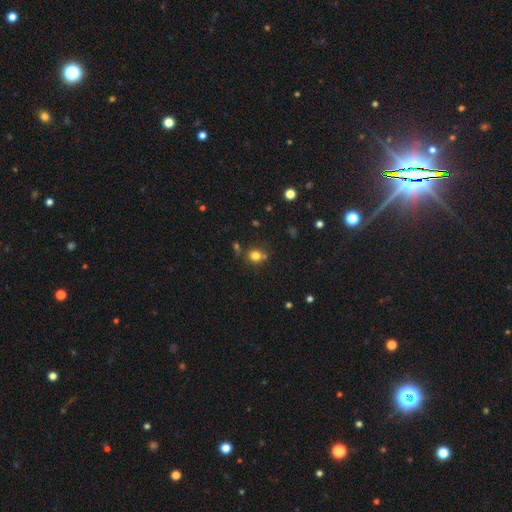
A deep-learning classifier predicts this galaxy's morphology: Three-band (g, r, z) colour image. It shows a smooth galaxy with no disk features (78%) that is round (75%). Merging: none (70%).